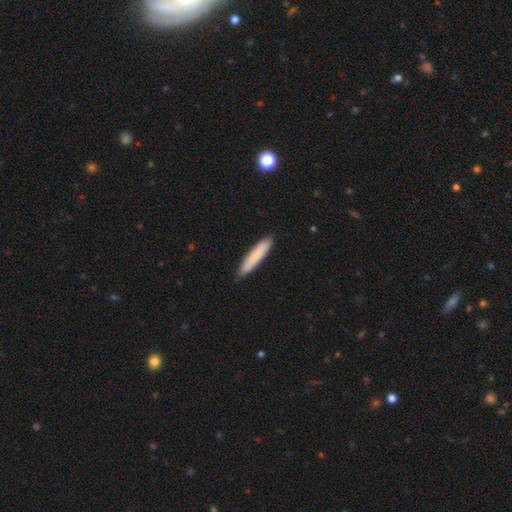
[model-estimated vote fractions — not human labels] smooth-or-featured: smooth: 81% | featured or disk: 14% | star or artifact: 6%
  how-rounded: cigar-shaped: 89% | in between: 10% | round: 1%
  merging: none: 87% | minor disturbance: 10% | major disturbance: 2% | merger: 1%